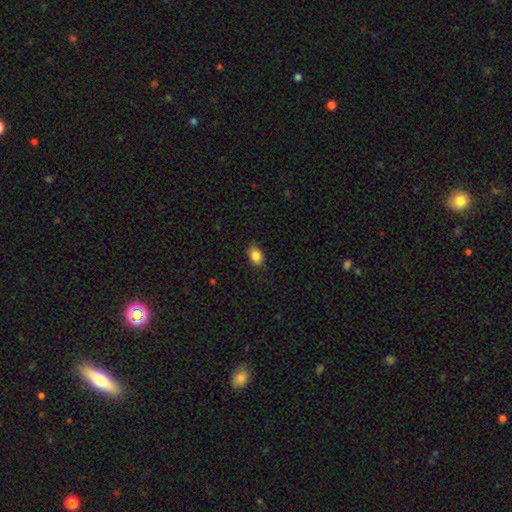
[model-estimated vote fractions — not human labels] Q: Smooth or featured?
A: smooth (86%); runner-up: star or artifact (8%)
Q: How rounded?
A: in between (82%); runner-up: round (17%)
Q: Merging?
A: none (85%); runner-up: minor disturbance (12%)